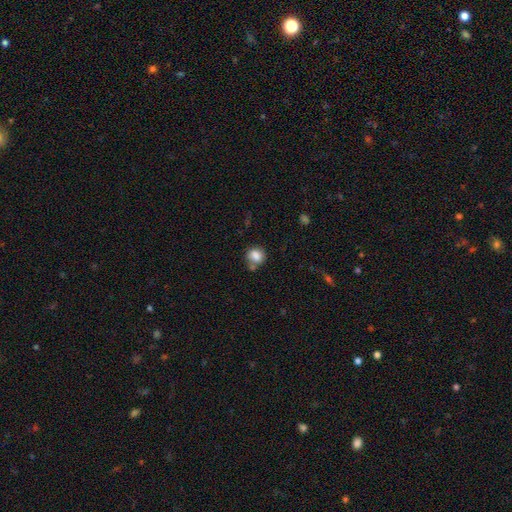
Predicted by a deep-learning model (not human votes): Q: Smooth or featured?
A: smooth (83%); runner-up: star or artifact (9%)
Q: How rounded?
A: round (71%); runner-up: in between (28%)
Q: Merging?
A: none (57%); runner-up: merger (20%)